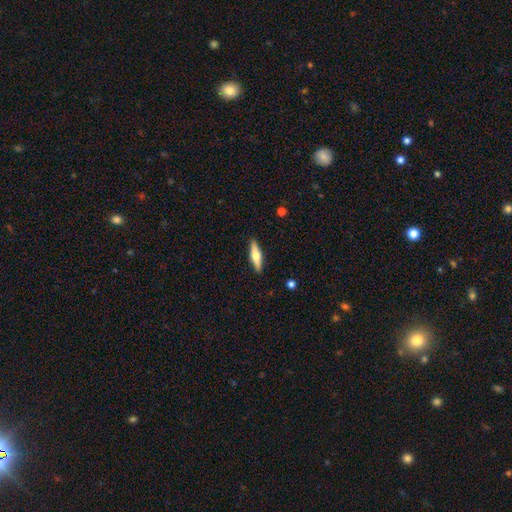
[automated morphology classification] This appears to be a featured or disk galaxy (49%). Merging: none (90%).